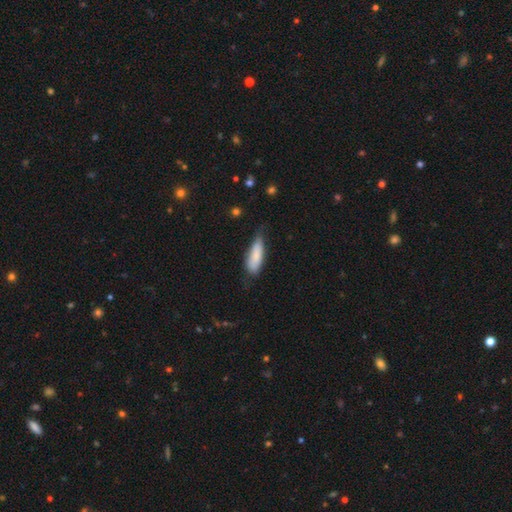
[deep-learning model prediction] smooth 82%, featured or disk 12%, star or artifact 6%. Down the decision tree: how rounded — in between (59%); merging — none (52%).